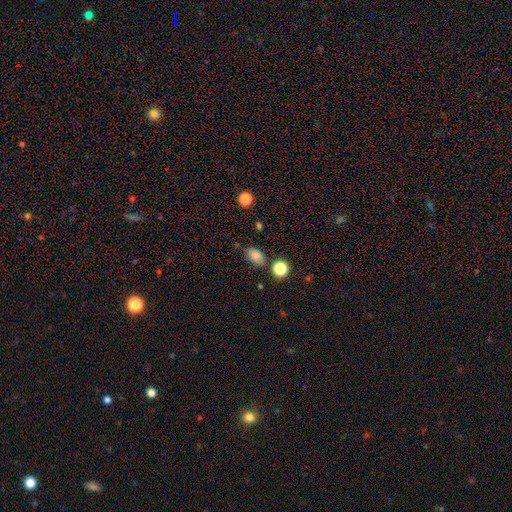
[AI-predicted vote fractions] smooth 80%, star or artifact 11%, featured or disk 8%. Down the decision tree: how rounded — in between (85%); merging — none (75%).